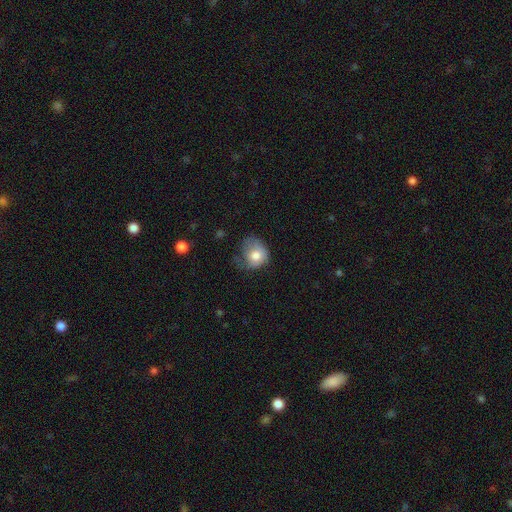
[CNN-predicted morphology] Overall: smooth (74%). How rounded: round (65%; in between 34%). Merging: minor disturbance (37%; major disturbance 31%).